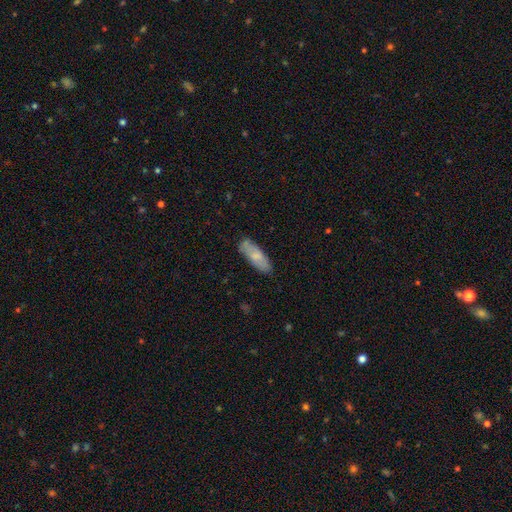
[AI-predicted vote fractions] This is likely a smooth galaxy (73%). How rounded: likely in between (63%). Merging: likely none (77%).